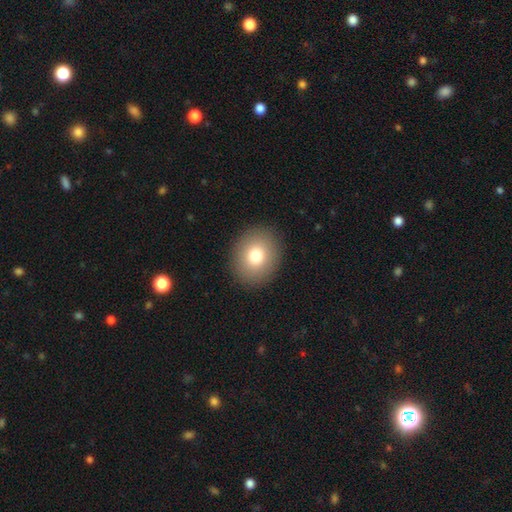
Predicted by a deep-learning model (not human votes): This is likely a smooth galaxy (77%). How rounded: likely round (62%). Merging: clearly none (90%).